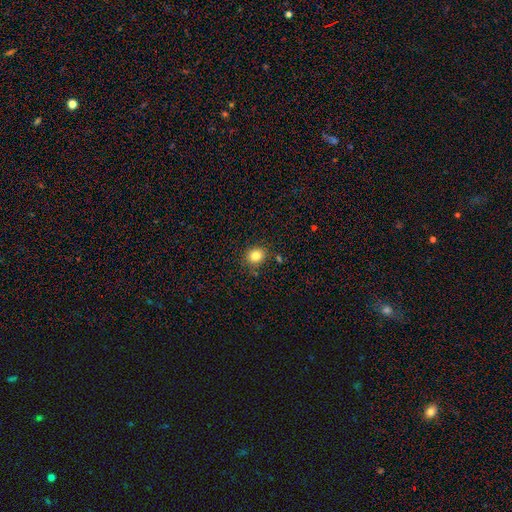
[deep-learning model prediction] Smooth or featured: smooth — 83% (star or artifact — 11%)
How rounded: round — 76% (in between — 23%)
Merging: none — 84% (minor disturbance — 10%)